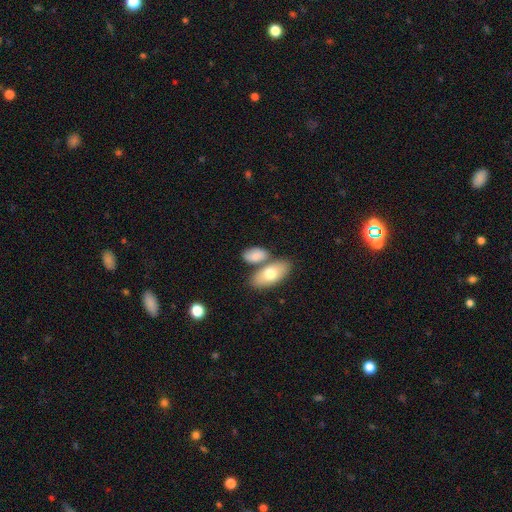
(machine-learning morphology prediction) Smooth or featured? smooth (78%)
How rounded? in between (90%)
Merging? none (54%)